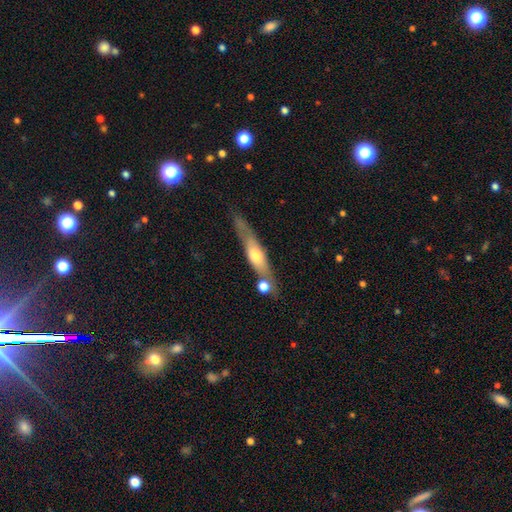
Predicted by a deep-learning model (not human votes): A featured or disk galaxy (51%) viewed edge-on (82%). Merging: none (59%).